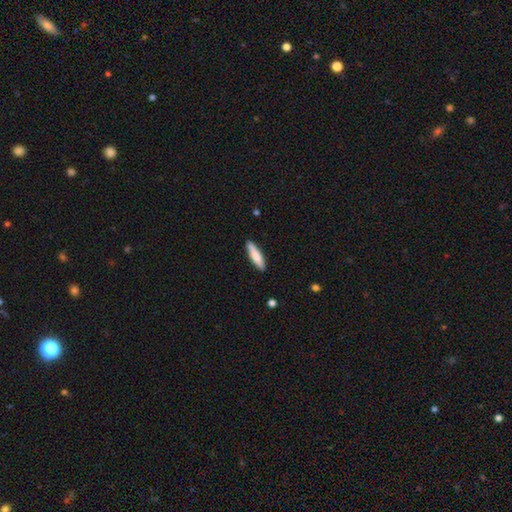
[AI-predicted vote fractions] This appears to be a smooth galaxy with no disk features (76%) that is cigar-shaped (80%). Merging: none (87%).